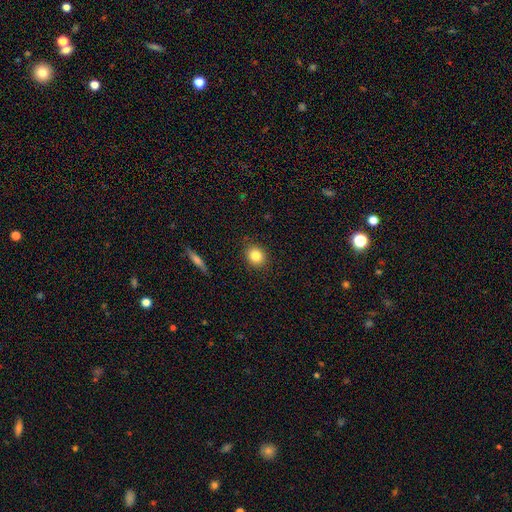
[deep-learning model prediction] A smooth galaxy with no disk features (83%) that is round (74%). Merging: none (88%).